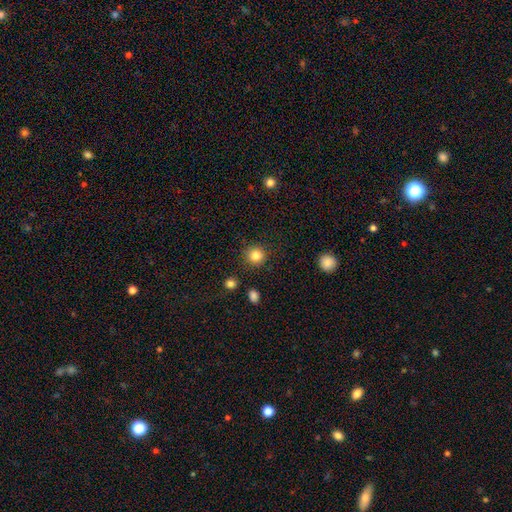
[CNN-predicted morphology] Smooth or featured: smooth — 84% (star or artifact — 11%)
How rounded: round — 94% (in between — 5%)
Merging: none — 90% (minor disturbance — 6%)